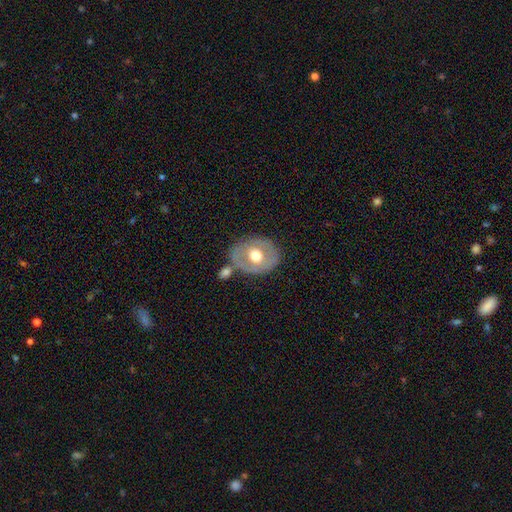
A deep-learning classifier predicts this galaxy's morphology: A featured or disk galaxy (50%). Merging: none (68%).